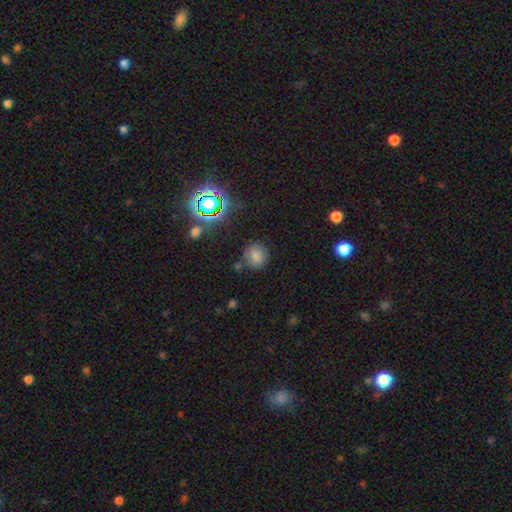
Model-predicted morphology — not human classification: smooth 72%, star or artifact 18%, featured or disk 9%. Down the decision tree: how rounded — round (83%); merging — none (76%).